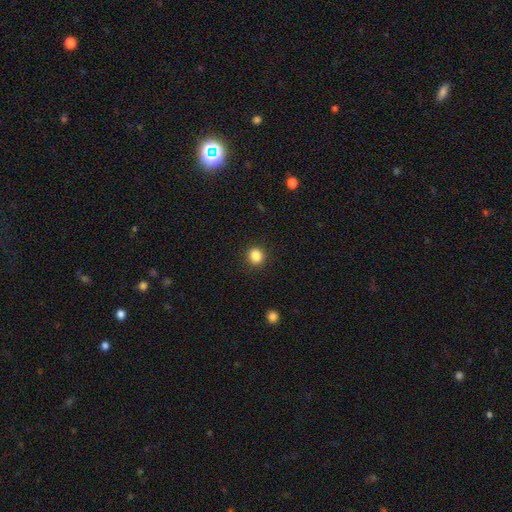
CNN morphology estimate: Smooth or featured?
  - smooth: 85% *
  - star or artifact: 11%
  - featured or disk: 4%
How rounded?
  - round: 85% *
  - in between: 14%
  - cigar-shaped: 1%
Merging?
  - none: 91% *
  - minor disturbance: 6%
  - major disturbance: 2%
  - merger: 1%